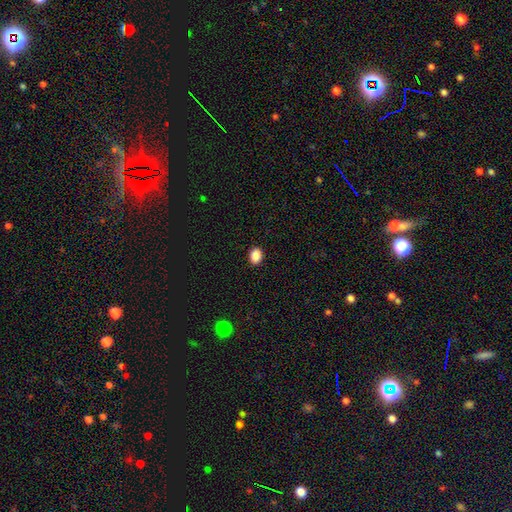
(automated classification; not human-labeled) A smooth galaxy with no disk features (88%) that is in between round and cigar-shaped (62%). Merging: none (91%).